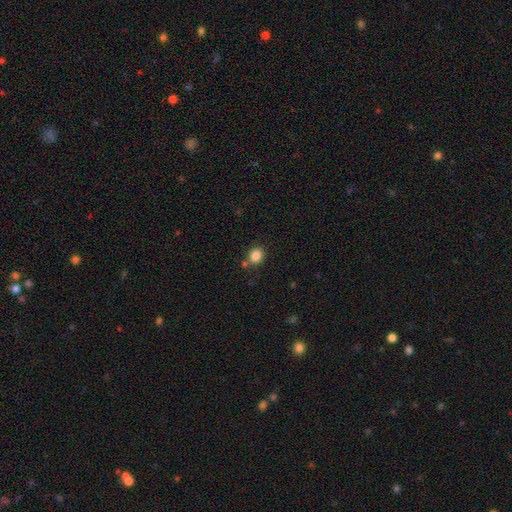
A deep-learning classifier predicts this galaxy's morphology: smooth-or-featured: smooth: 85% | star or artifact: 11% | featured or disk: 5%
  how-rounded: round: 65% | in between: 34% | cigar-shaped: 1%
  merging: none: 77% | minor disturbance: 11% | merger: 9% | major disturbance: 3%